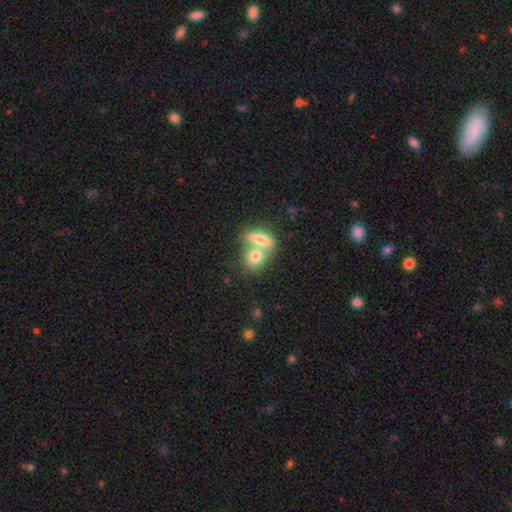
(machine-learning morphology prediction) This appears to be a smooth galaxy with no disk features (73%) that is in between round and cigar-shaped (52%). Merging: merger (59%).